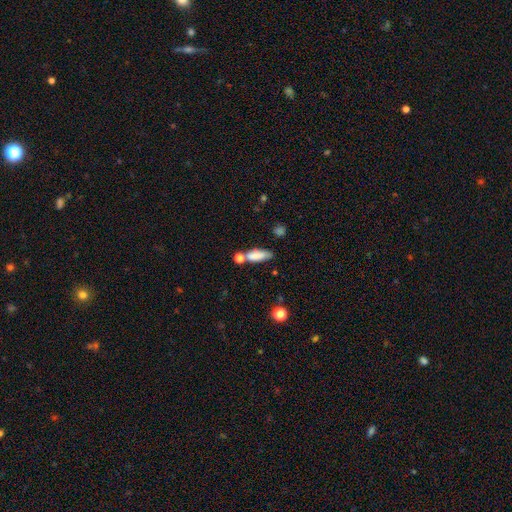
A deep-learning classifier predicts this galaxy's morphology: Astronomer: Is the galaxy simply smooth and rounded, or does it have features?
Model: smooth — 79%.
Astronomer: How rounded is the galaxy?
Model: in between — 62%.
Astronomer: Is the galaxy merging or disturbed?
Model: none — 50%.